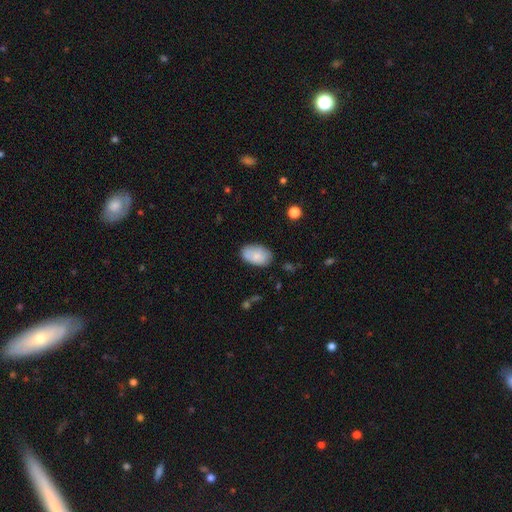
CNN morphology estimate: Smooth or featured? Predicted: smooth (p=0.80). How rounded? Predicted: in between (p=0.93). Merging? Predicted: none (p=0.73).